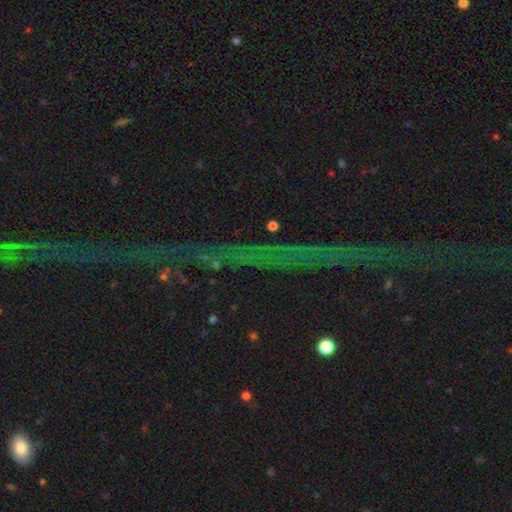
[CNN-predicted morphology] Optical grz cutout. It shows a star or artifact, not a galaxy (73%).